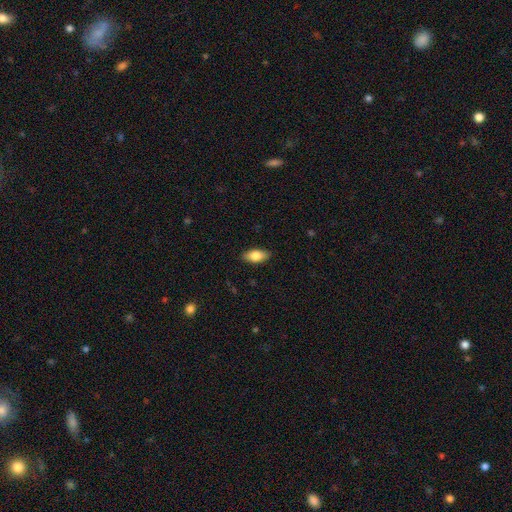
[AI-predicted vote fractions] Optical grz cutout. It shows a smooth galaxy with no disk features (82%) that is in between round and cigar-shaped (90%). Merging: none (88%).